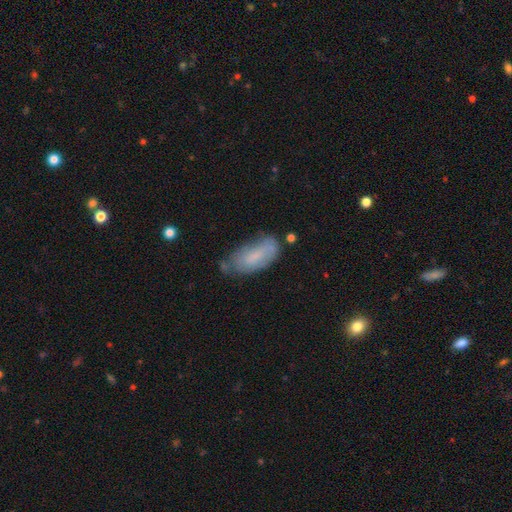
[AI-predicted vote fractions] Smooth or featured: smooth — 71% (featured or disk — 22%)
How rounded: in between — 83% (cigar-shaped — 15%)
Merging: none — 51% (minor disturbance — 33%)